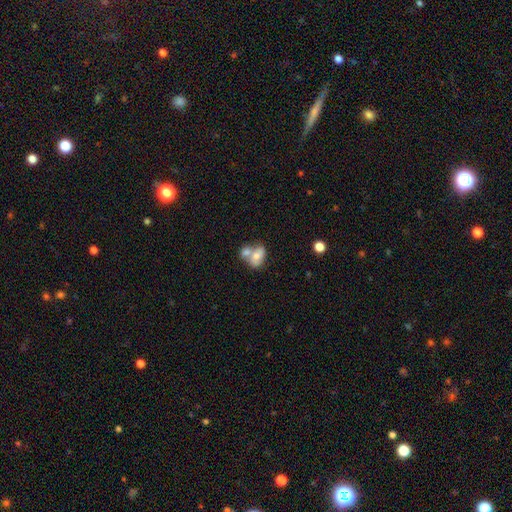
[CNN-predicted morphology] Smooth or featured? smooth (63%)
How rounded? in between (71%)
Merging? merger (63%)